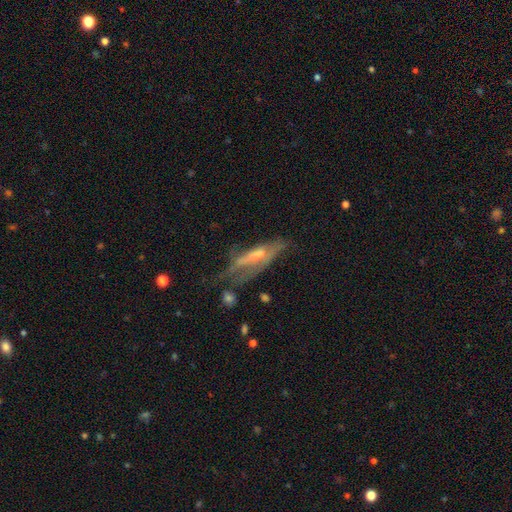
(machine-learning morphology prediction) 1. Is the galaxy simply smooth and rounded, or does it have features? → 57% featured or disk, 33% smooth, 10% star or artifact.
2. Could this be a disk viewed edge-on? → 58% no, 42% yes.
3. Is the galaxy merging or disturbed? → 39% major disturbance, 29% none, 24% minor disturbance, 7% merger.